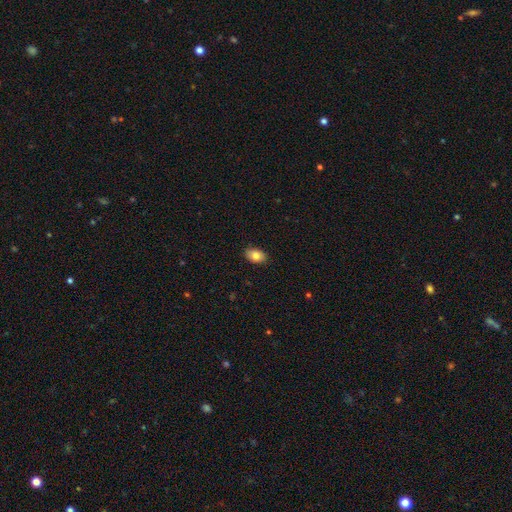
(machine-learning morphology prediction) A smooth galaxy with no disk features (83%) that is in between round and cigar-shaped (88%).

Vote fractions:
- Smooth or featured? smooth: 83% / featured or disk: 9% / star or artifact: 8%
- How rounded? in between: 88% / round: 10% / cigar-shaped: 1%
- Merging? none: 89% / minor disturbance: 9% / major disturbance: 2% / merger: 1%